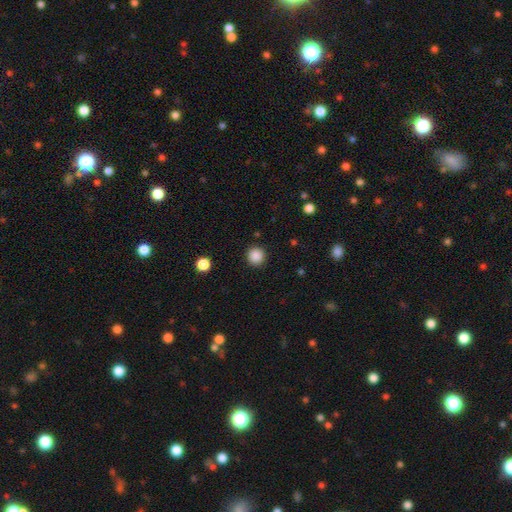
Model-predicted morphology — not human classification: smooth 87%, star or artifact 10%, featured or disk 3%. Down the decision tree: how rounded — round (93%); merging — none (91%).